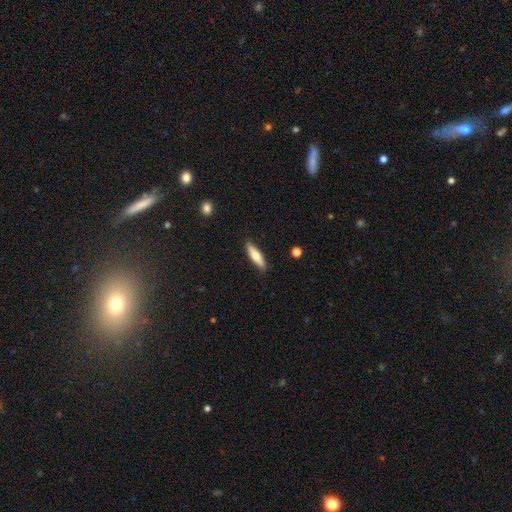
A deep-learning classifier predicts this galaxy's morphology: The model was most divided on "smooth or featured": smooth: 65%, featured or disk: 29%, star or artifact: 6%. More confident: merging — none (88%); how rounded — cigar-shaped (68%).